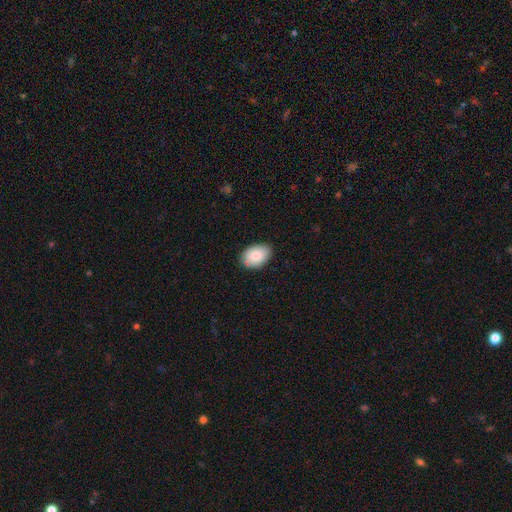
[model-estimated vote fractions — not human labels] smooth-or-featured: smooth: 85% | featured or disk: 9% | star or artifact: 7%
  how-rounded: in between: 85% | round: 14% | cigar-shaped: 1%
  merging: none: 85% | minor disturbance: 12% | major disturbance: 2% | merger: 1%